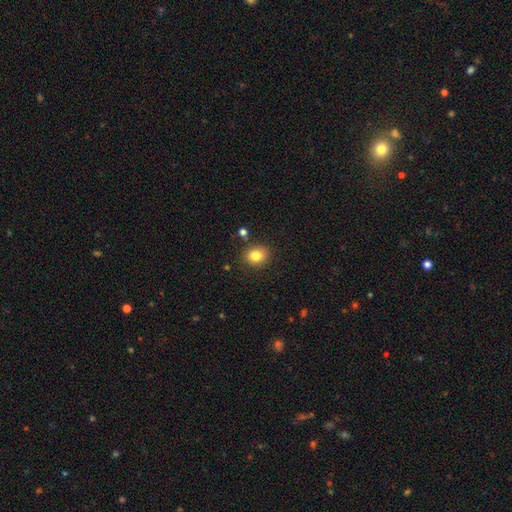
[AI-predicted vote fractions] A smooth galaxy with no disk features (83%) that is round (58%). Merging: none (84%).